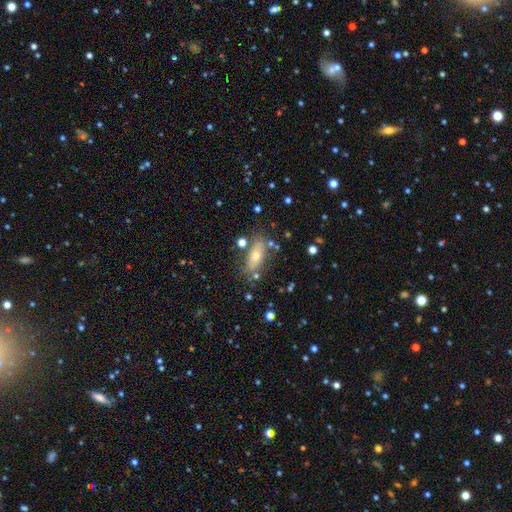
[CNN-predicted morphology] Overall: smooth (58%; featured or disk 32%). How rounded: in between (71%). Merging: none (75%).